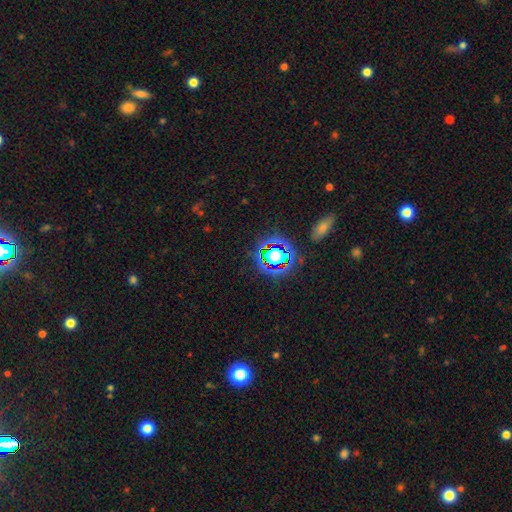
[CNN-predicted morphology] This appears to be a star or artifact, not a galaxy (74%).